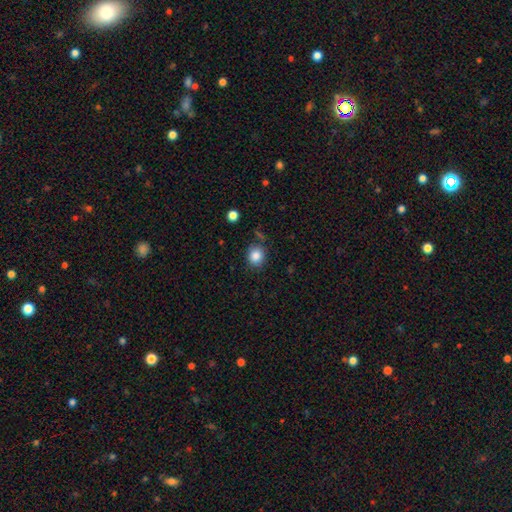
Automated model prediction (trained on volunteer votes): A smooth galaxy with no disk features (85%) that is round (78%). Merging: none (80%).